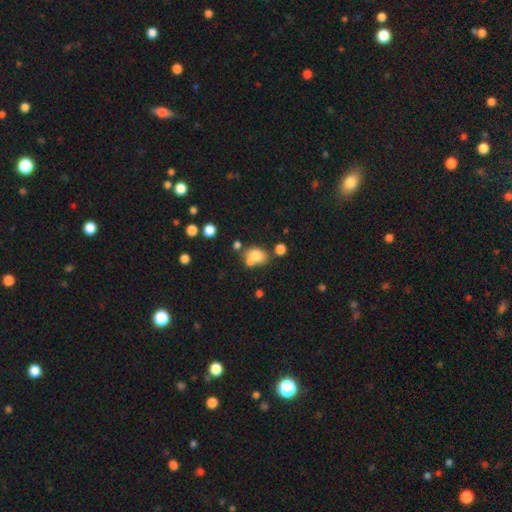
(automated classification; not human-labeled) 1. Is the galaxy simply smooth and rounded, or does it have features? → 76% smooth, 13% featured or disk, 11% star or artifact.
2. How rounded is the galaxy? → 63% in between, 36% round, 1% cigar-shaped.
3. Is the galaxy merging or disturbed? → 46% none, 33% merger, 15% minor disturbance, 6% major disturbance.